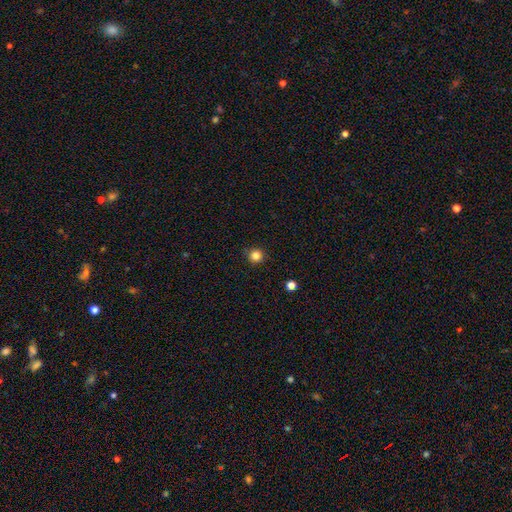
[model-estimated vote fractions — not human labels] Morphology: type=smooth (83%); roundness=round (94%); merging=none (90%).